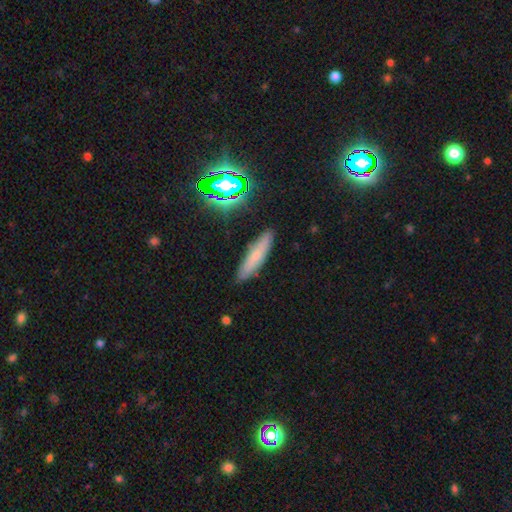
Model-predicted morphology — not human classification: The model was most divided on "smooth or featured": smooth: 63%, featured or disk: 25%, star or artifact: 13%. More confident: merging — none (86%); how rounded — cigar-shaped (79%).